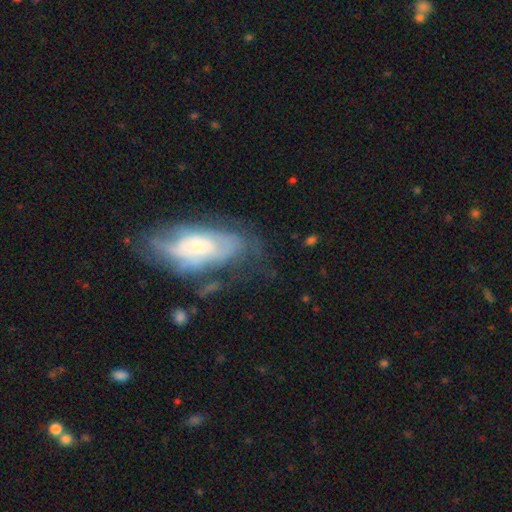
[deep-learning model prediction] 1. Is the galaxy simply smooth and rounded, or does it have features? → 65% featured or disk, 25% smooth, 10% star or artifact.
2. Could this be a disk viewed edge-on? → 86% no, 14% yes.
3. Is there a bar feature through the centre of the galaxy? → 66% no, 27% weak, 7% strong.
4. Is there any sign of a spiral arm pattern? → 79% yes, 21% no.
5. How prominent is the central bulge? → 44% small, 36% moderate, 10% large, 7% none, 2% dominant.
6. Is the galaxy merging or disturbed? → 60% none, 23% minor disturbance, 14% major disturbance, 3% merger.